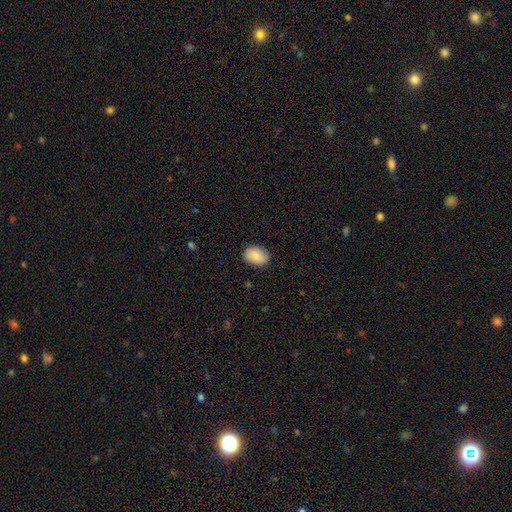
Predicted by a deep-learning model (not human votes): Smooth or featured? Predicted: smooth (p=0.87). How rounded? Predicted: in between (p=0.77). Merging? Predicted: none (p=0.87).